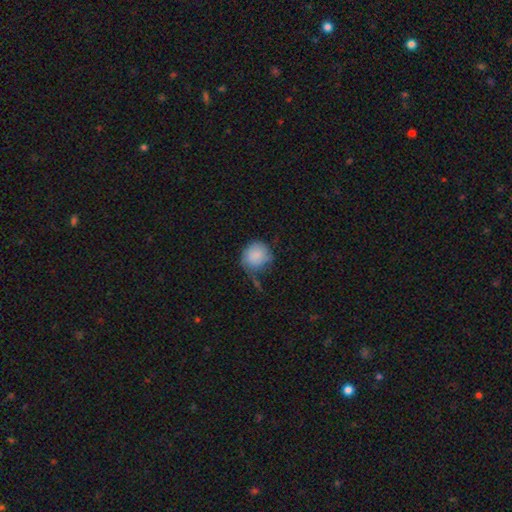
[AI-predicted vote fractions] Smooth or featured?
  - smooth: 80% *
  - featured or disk: 13%
  - star or artifact: 7%
How rounded?
  - round: 81% *
  - in between: 18%
  - cigar-shaped: 1%
Merging?
  - none: 42% *
  - minor disturbance: 34%
  - major disturbance: 18%
  - merger: 5%